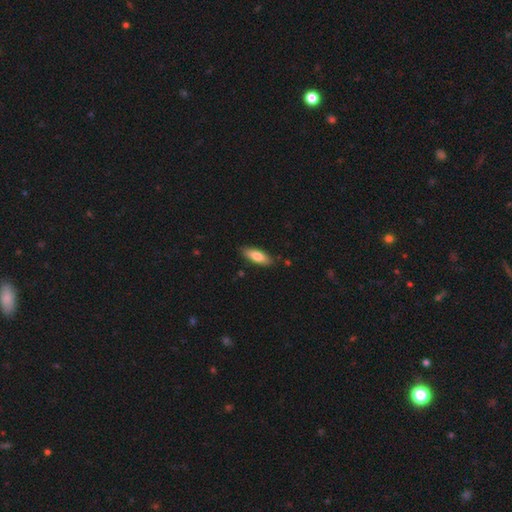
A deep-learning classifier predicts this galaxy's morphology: smooth 75%, featured or disk 19%, star or artifact 6%. Down the decision tree: how rounded — in between (60%); merging — none (86%).